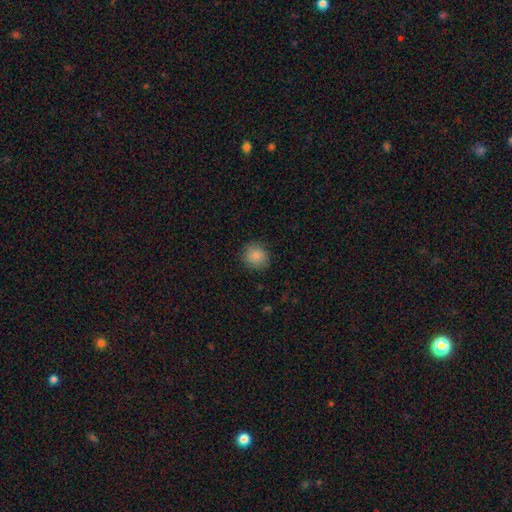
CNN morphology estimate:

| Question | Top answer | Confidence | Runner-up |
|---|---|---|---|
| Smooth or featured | smooth | 88% | star or artifact (9%) |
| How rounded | round | 88% | in between (11%) |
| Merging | none | 88% | minor disturbance (8%) |